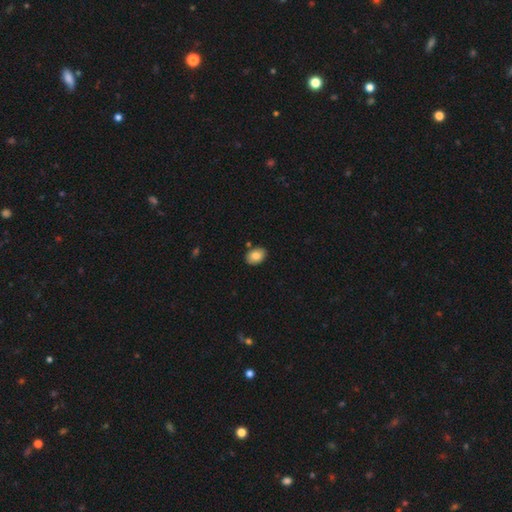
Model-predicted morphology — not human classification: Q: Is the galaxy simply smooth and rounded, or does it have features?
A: smooth — 83%.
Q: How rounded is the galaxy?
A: in between — 80%.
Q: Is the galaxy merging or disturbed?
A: none — 85%.